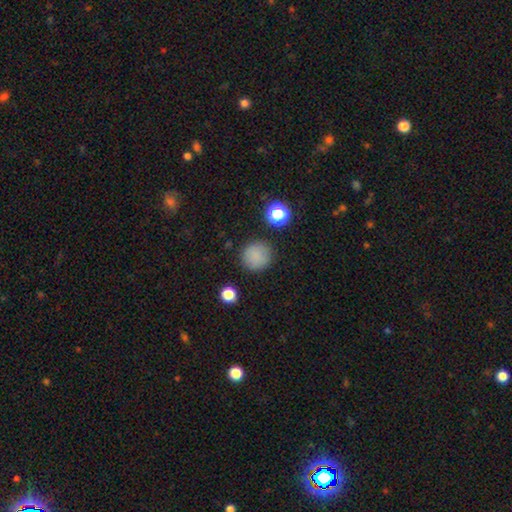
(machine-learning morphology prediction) type=smooth (83%); roundness=round (94%); merging=none (87%).